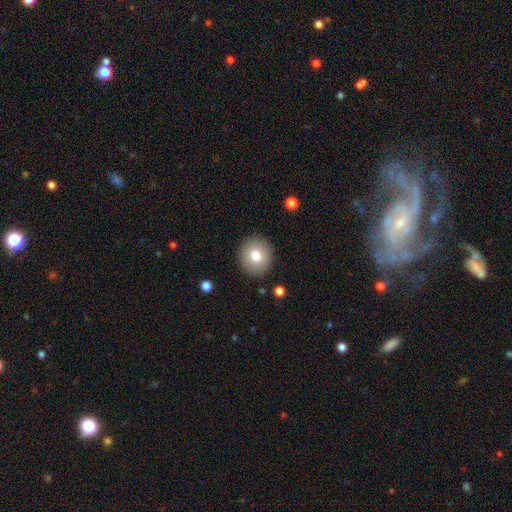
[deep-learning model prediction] Smooth or featured? smooth (77%)
How rounded? round (85%)
Merging? none (90%)